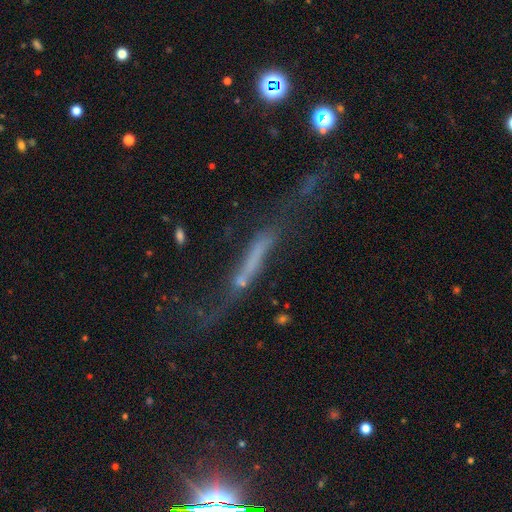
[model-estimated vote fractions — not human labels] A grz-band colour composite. It shows a featured or disk galaxy (54%) viewed edge-on (55%). Merging: none (43%).